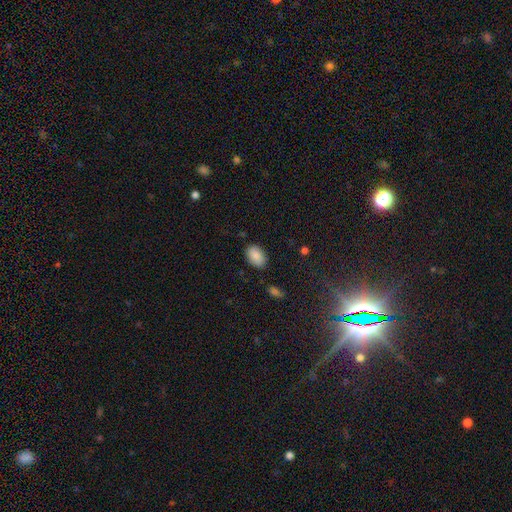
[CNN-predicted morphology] Smooth or featured? Predicted: smooth (p=0.87). How rounded? Predicted: in between (p=0.87). Merging? Predicted: none (p=0.82).